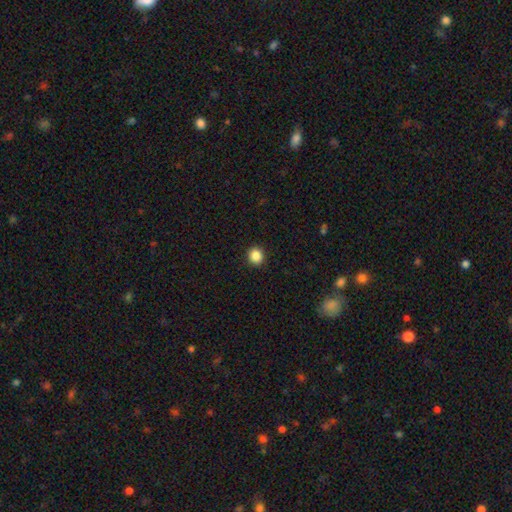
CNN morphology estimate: Q: Smooth or featured?
A: smooth (86%); runner-up: star or artifact (10%)
Q: How rounded?
A: round (87%); runner-up: in between (12%)
Q: Merging?
A: none (92%); runner-up: minor disturbance (5%)